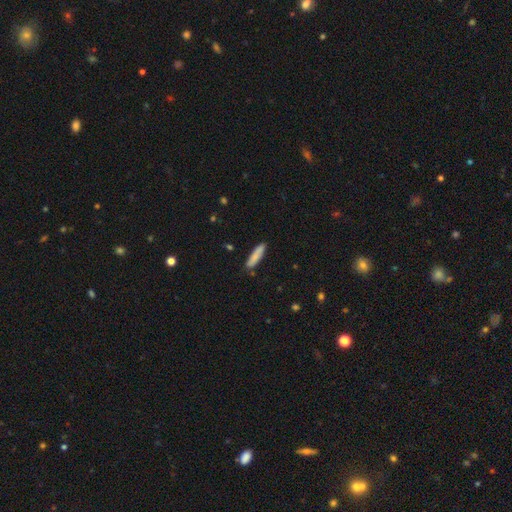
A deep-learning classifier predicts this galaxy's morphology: Smooth or featured? Predicted: smooth (p=0.83). How rounded? Predicted: cigar-shaped (p=0.81). Merging? Predicted: none (p=0.85).